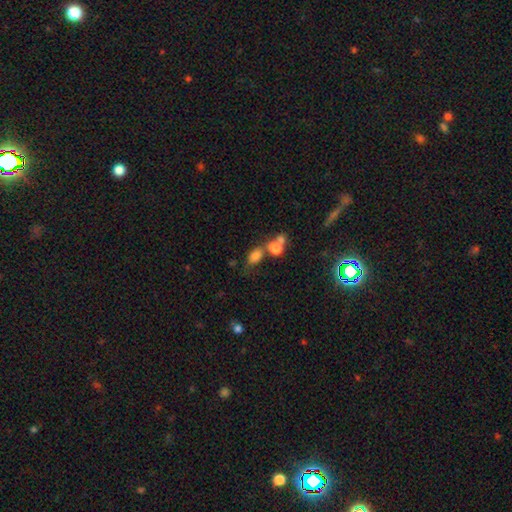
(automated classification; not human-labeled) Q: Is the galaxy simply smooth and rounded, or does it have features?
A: smooth — 78%.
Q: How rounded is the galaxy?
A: in between — 77%.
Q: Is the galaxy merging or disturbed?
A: merger — 40%.